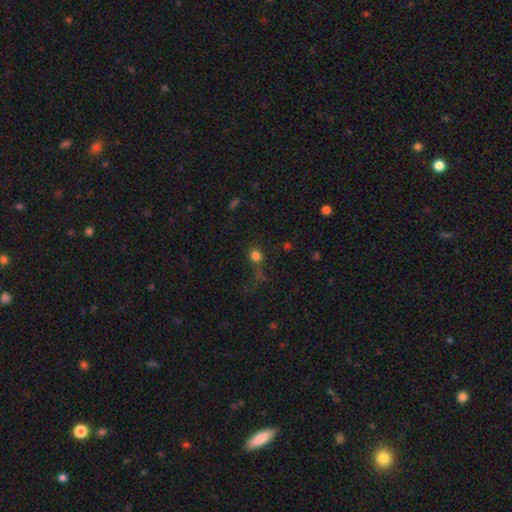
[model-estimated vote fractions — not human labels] This appears to be a smooth galaxy with no disk features (70%) that is round (84%). Merging: none (56%).